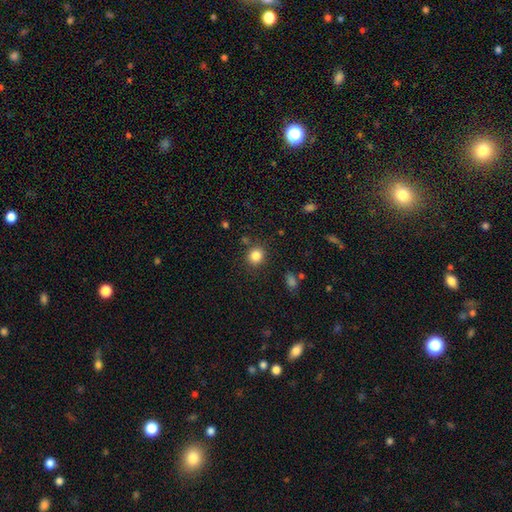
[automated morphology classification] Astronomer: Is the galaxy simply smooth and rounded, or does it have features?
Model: smooth — 84%.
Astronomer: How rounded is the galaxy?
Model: round — 85%.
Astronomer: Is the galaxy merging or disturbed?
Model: none — 85%.